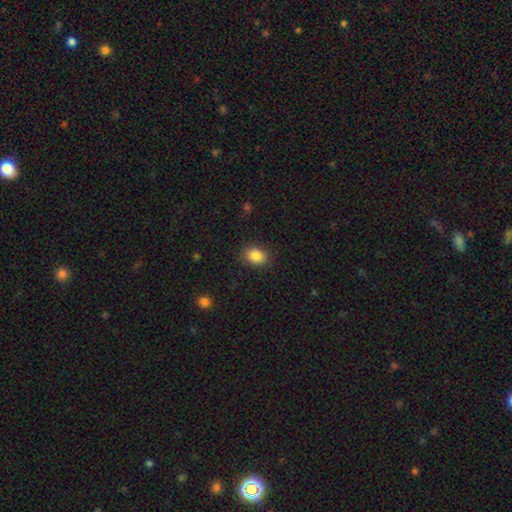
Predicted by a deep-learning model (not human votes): Smooth or featured? smooth (87%)
How rounded? in between (71%)
Merging? none (86%)